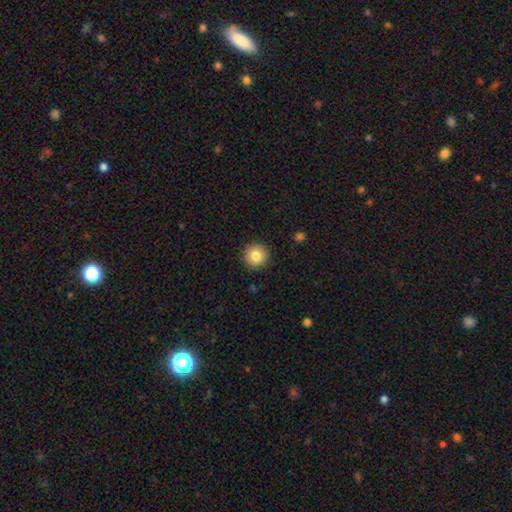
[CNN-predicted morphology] Smooth or featured? smooth (83%)
How rounded? round (96%)
Merging? none (92%)